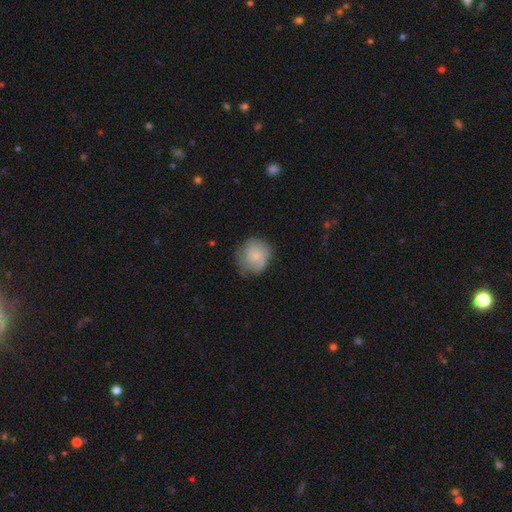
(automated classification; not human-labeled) This appears to be a smooth galaxy with no disk features (62%) that is round (86%). Merging: none (67%).